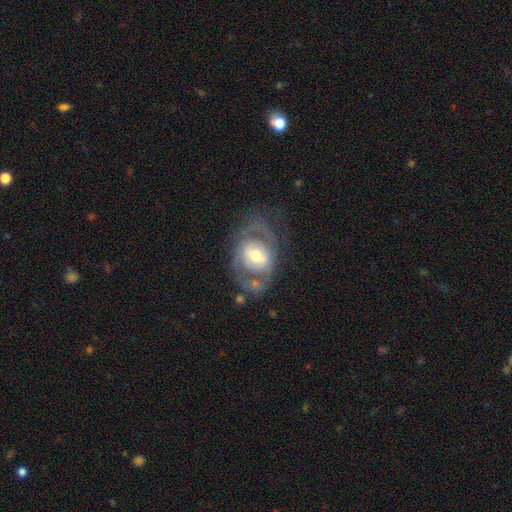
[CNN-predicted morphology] Smooth or featured?
  - featured or disk: 74% *
  - smooth: 21%
  - star or artifact: 6%
Edge-on disk?
  - no: 96% *
  - yes: 4%
Bar?
  - weak: 41% *
  - no: 39%
  - strong: 21%
Spiral arms?
  - yes: 62% *
  - no: 38%
Bulge size?
  - moderate: 68% *
  - large: 16%
  - small: 13%
  - dominant: 1%
  - none: 1%
Merging?
  - none: 51% *
  - major disturbance: 23%
  - minor disturbance: 20%
  - merger: 6%